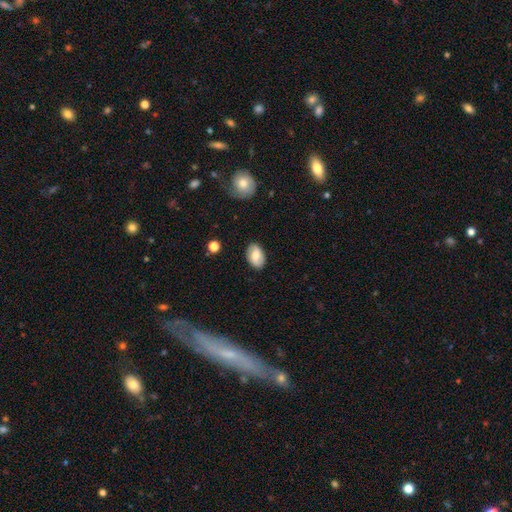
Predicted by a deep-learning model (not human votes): Smooth or featured? Predicted: smooth (p=0.65). How rounded? Predicted: in between (p=0.90). Merging? Predicted: none (p=0.85).